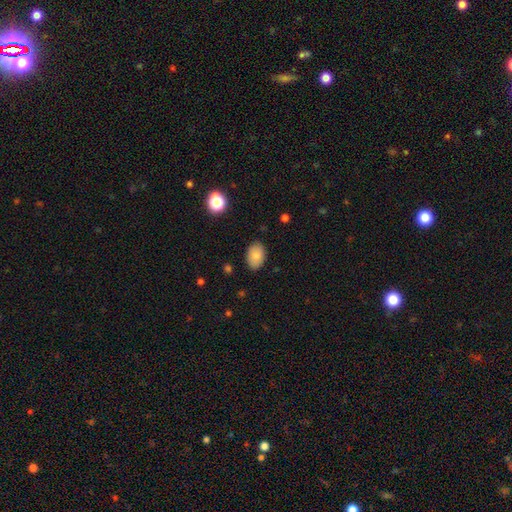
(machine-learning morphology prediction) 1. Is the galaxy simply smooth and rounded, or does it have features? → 83% smooth, 9% featured or disk, 9% star or artifact.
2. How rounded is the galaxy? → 85% in between, 14% round, 1% cigar-shaped.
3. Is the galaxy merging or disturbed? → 86% none, 11% minor disturbance, 2% major disturbance, 1% merger.